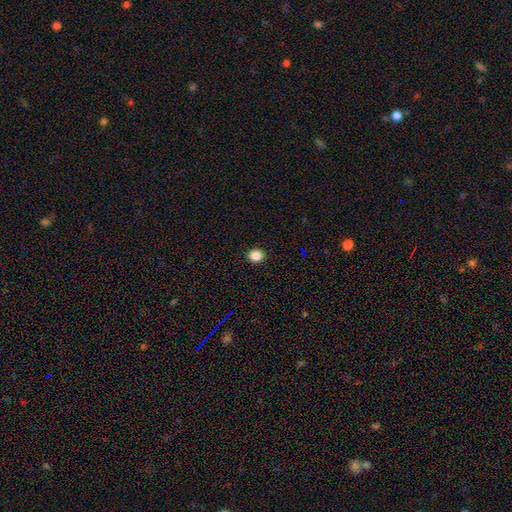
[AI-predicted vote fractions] Smooth or featured? smooth (86%)
How rounded? round (68%)
Merging? none (92%)